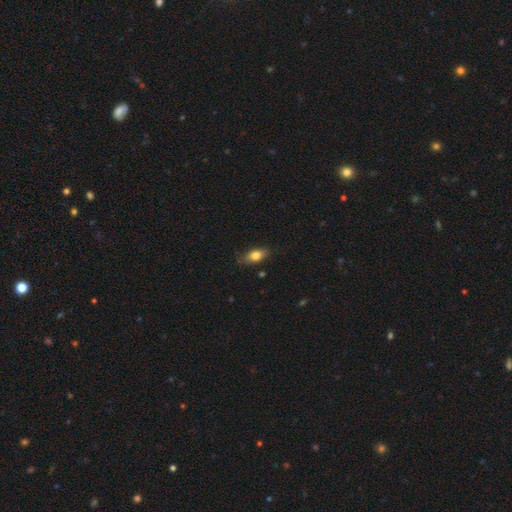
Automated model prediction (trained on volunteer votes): smooth-or-featured: smooth: 77% | featured or disk: 15% | star or artifact: 8%
  how-rounded: in between: 81% | cigar-shaped: 10% | round: 8%
  merging: none: 78% | minor disturbance: 17% | major disturbance: 3% | merger: 1%